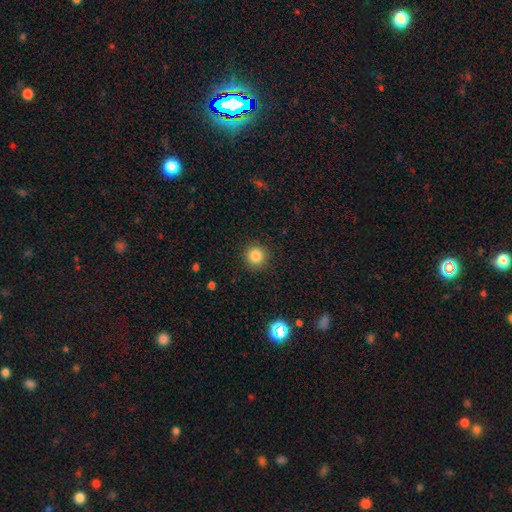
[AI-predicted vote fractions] smooth 84%, star or artifact 11%, featured or disk 5%. Down the decision tree: how rounded — round (94%); merging — none (91%).